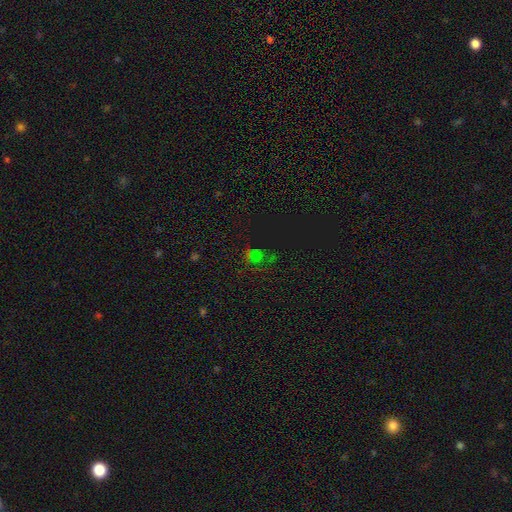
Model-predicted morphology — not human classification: This is possibly a star or artifact rather than a galaxy (57%).